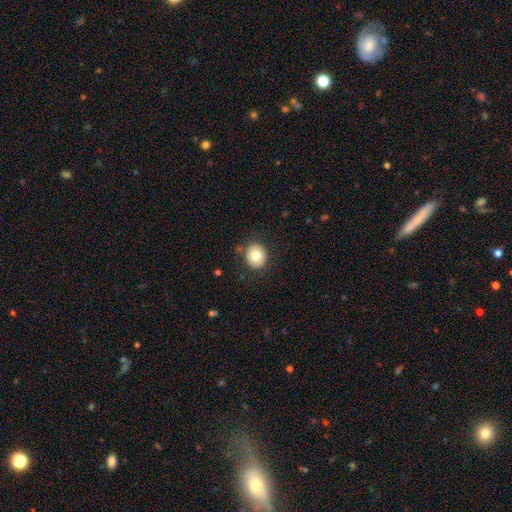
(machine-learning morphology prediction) The model was most divided on "how rounded": round: 74%, in between: 25%, cigar-shaped: 1%. More confident: merging — none (87%); smooth or featured — smooth (79%).